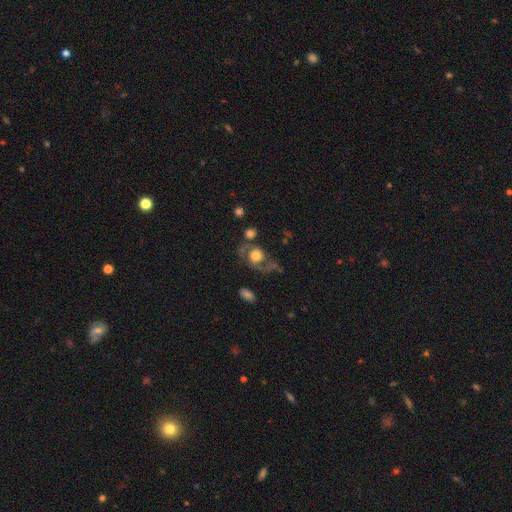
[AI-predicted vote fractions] smooth-or-featured: featured or disk: 59% | smooth: 33% | star or artifact: 8%
  disk-edge-on: no: 96% | yes: 4%
    bar: no: 80% | weak: 16% | strong: 4%
    has-spiral-arms: yes: 74% | no: 26%
    bulge-size: moderate: 48% | large: 35% | small: 9% | dominant: 5% | none: 2%
  merging: none: 48% | major disturbance: 23% | minor disturbance: 18% | merger: 10%